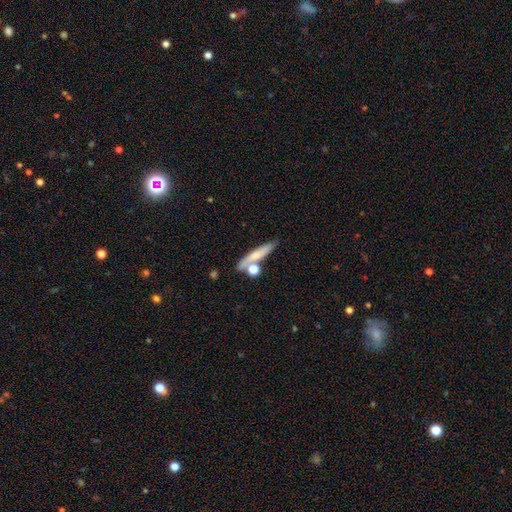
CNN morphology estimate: Q: Smooth or featured?
A: smooth (61%); runner-up: featured or disk (31%)
Q: How rounded?
A: cigar-shaped (75%); runner-up: in between (16%)
Q: Merging?
A: none (63%); runner-up: merger (18%)